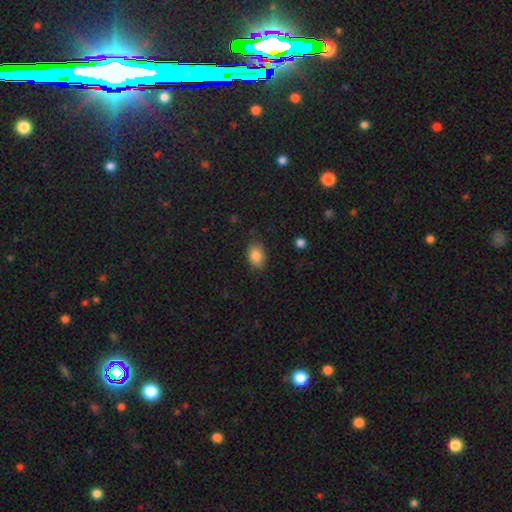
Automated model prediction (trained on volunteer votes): Smooth or featured? smooth (85%)
How rounded? in between (76%)
Merging? none (80%)